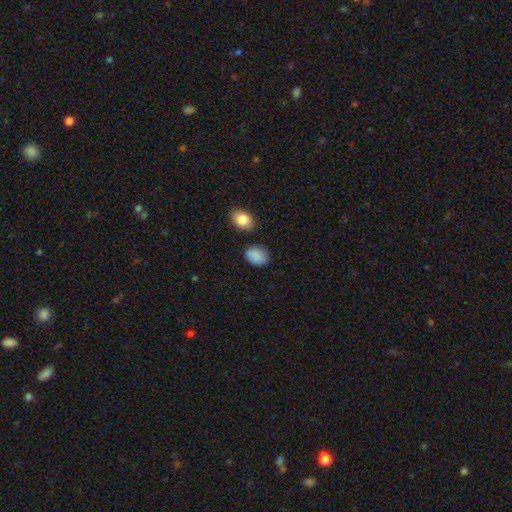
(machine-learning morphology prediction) Q: Smooth or featured?
A: smooth (87%); runner-up: star or artifact (8%)
Q: How rounded?
A: in between (73%); runner-up: round (26%)
Q: Merging?
A: none (75%); runner-up: minor disturbance (18%)